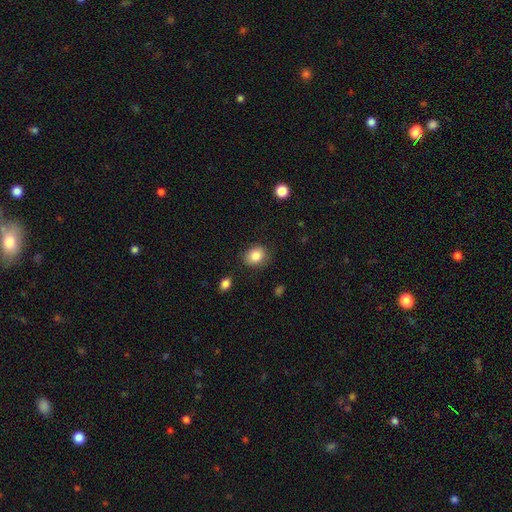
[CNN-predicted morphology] Overall: smooth (84%). How rounded: round (53%; in between 46%). Merging: none (79%).